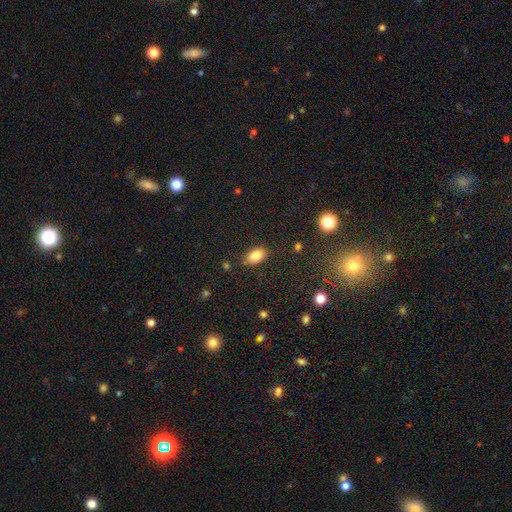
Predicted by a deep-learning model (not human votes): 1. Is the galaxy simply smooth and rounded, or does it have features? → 84% smooth, 9% star or artifact, 7% featured or disk.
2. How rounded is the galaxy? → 88% in between, 10% round, 2% cigar-shaped.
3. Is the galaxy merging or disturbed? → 81% none, 14% minor disturbance, 3% major disturbance, 2% merger.